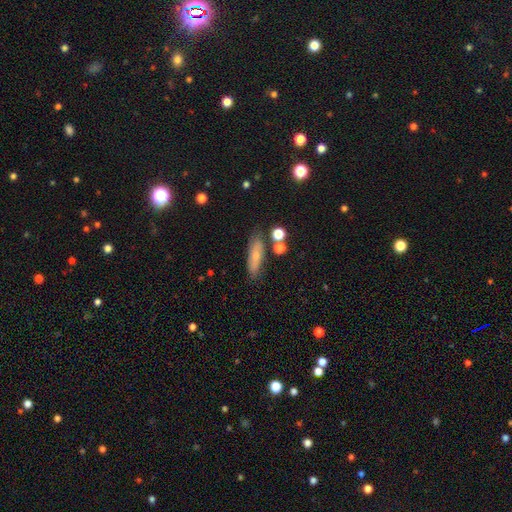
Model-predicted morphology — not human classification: This appears to be a smooth galaxy with no disk features (63%) that is cigar-shaped (52%). Merging: none (75%).